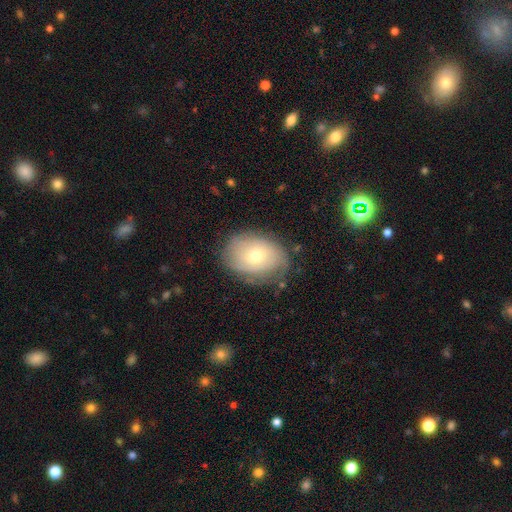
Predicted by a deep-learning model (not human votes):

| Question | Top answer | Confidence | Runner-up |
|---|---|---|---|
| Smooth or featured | smooth | 51% | featured or disk (40%) |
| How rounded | in between | 73% | round (26%) |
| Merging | none | 72% | minor disturbance (21%) |